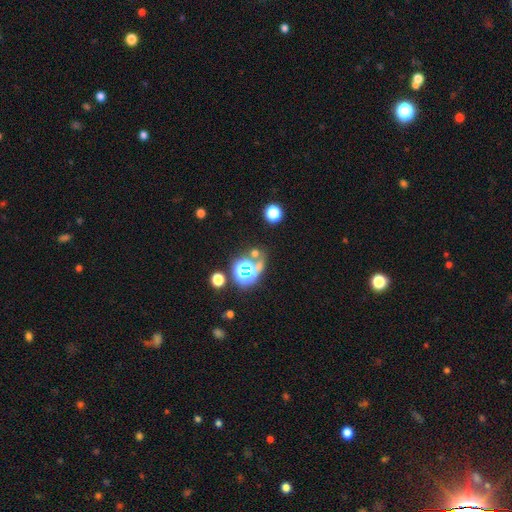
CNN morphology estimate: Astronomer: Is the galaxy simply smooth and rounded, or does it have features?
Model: star or artifact — 67%.